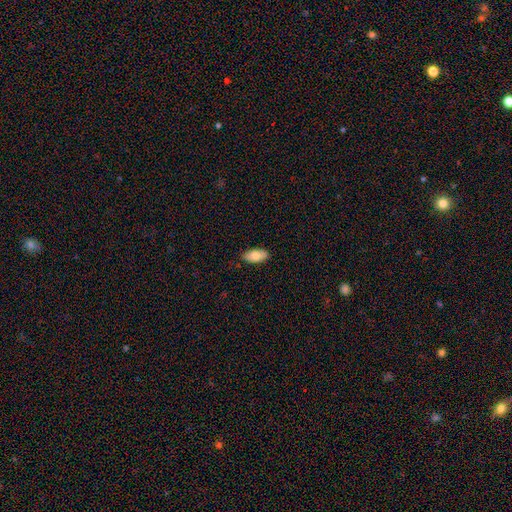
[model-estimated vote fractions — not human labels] smooth 82%, featured or disk 11%, star or artifact 6%. Down the decision tree: how rounded — in between (92%); merging — none (87%).